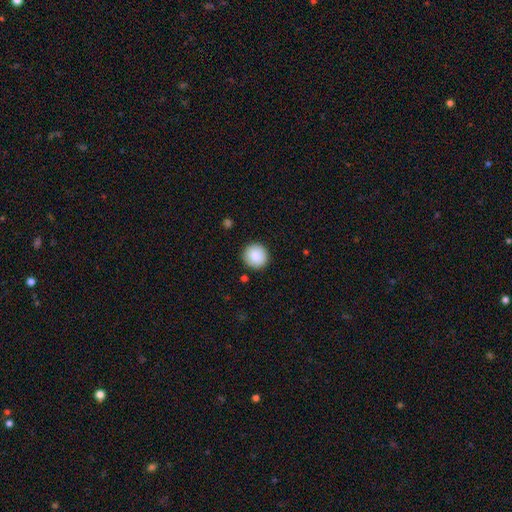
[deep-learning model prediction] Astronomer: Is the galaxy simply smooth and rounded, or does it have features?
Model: smooth — 88%.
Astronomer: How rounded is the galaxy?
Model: round — 94%.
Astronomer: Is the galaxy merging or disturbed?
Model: none — 91%.